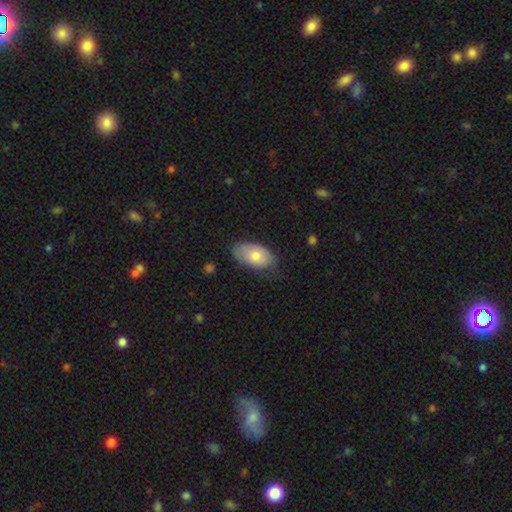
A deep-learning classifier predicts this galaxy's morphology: smooth-or-featured: smooth: 73% | featured or disk: 21% | star or artifact: 6%
  how-rounded: in between: 93% | round: 5% | cigar-shaped: 2%
  merging: none: 64% | minor disturbance: 28% | major disturbance: 6% | merger: 1%